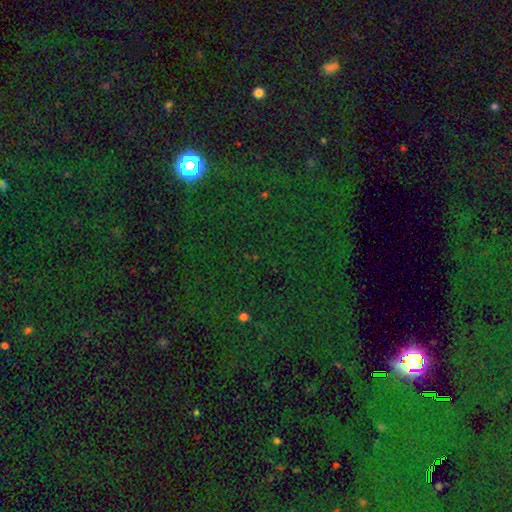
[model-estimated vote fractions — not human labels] Overall: star or artifact (79%).